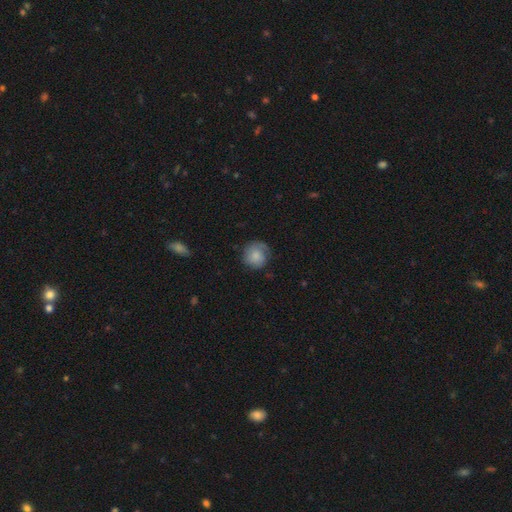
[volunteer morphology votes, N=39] Volunteers were most divided on "smooth or featured": smooth: 67%, featured or disk: 26%, star or artifact: 8%. More confident: how rounded — round (92%); merging — none (64%).